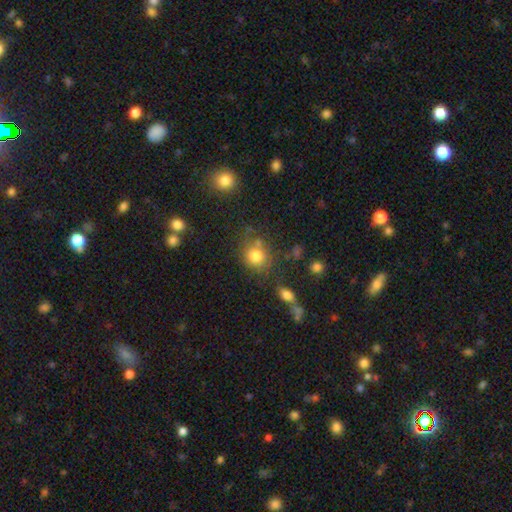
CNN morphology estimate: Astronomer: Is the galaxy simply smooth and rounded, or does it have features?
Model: smooth — 78%.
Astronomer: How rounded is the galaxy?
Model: round — 80%.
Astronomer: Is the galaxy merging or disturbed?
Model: none — 65%.